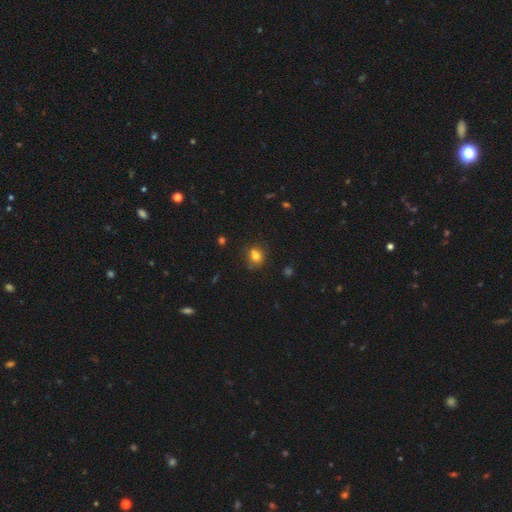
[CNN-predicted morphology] smooth 76%, star or artifact 13%, featured or disk 10%. Down the decision tree: how rounded — round (59%); merging — none (64%).